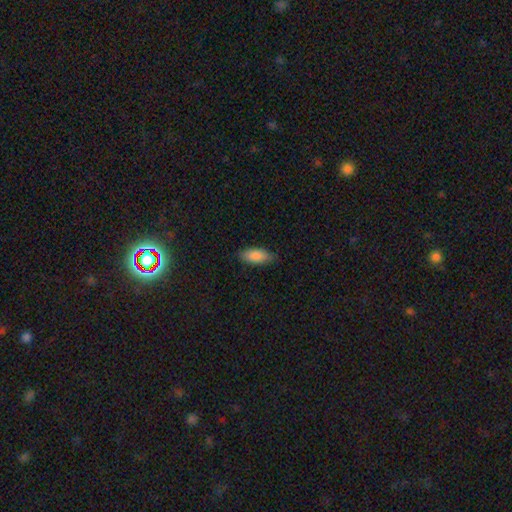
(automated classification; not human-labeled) smooth-or-featured: smooth: 87% | featured or disk: 7% | star or artifact: 6%
  how-rounded: in between: 81% | cigar-shaped: 17% | round: 2%
  merging: none: 84% | minor disturbance: 13% | major disturbance: 3% | merger: 1%